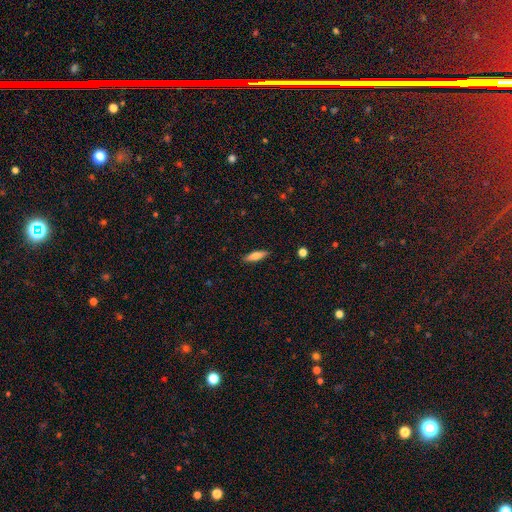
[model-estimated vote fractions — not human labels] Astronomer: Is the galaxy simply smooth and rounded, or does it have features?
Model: smooth — 72%.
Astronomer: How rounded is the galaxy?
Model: cigar-shaped — 61% (runner-up: in between, 37%).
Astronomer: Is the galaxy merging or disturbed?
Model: none — 89%.